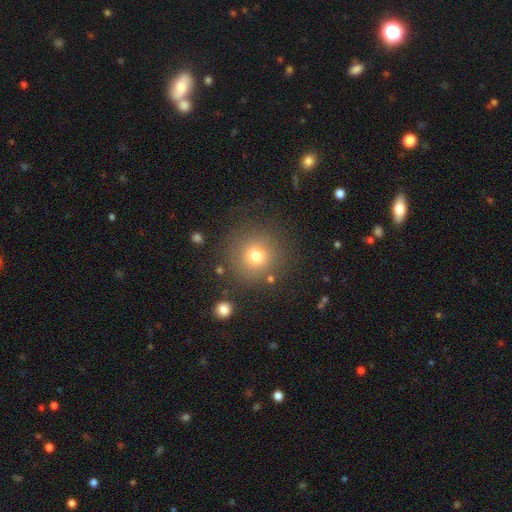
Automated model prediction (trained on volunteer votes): Q: Smooth or featured?
A: smooth (74%); runner-up: star or artifact (16%)
Q: How rounded?
A: round (93%); runner-up: in between (6%)
Q: Merging?
A: none (84%); runner-up: minor disturbance (9%)